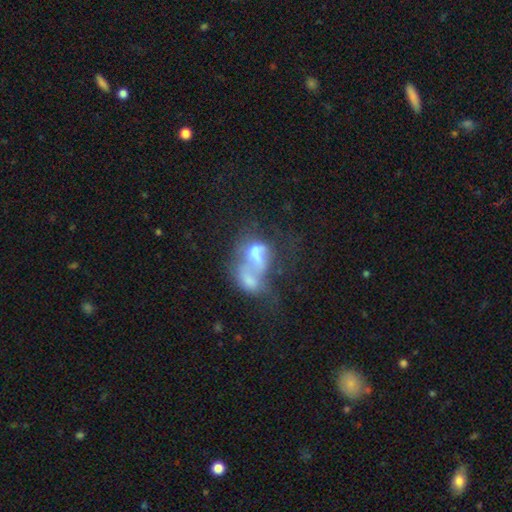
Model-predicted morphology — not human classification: Smooth or featured?
  - featured or disk: 46% *
  - smooth: 42%
  - star or artifact: 12%
Merging?
  - merger: 66% *
  - major disturbance: 19%
  - none: 9%
  - minor disturbance: 6%